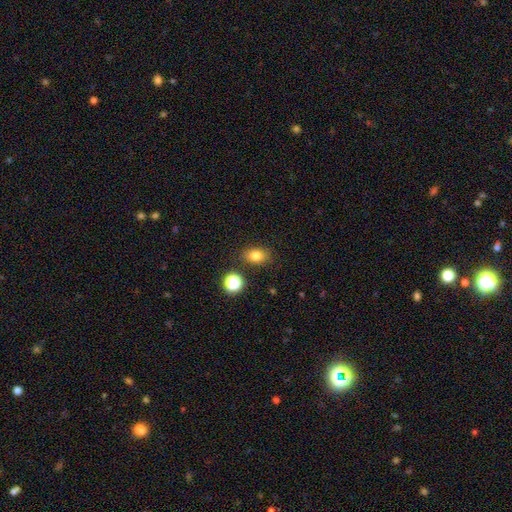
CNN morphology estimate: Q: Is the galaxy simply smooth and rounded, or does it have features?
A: smooth — 79%.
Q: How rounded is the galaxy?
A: in between — 72%.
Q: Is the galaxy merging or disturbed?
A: none — 83%.